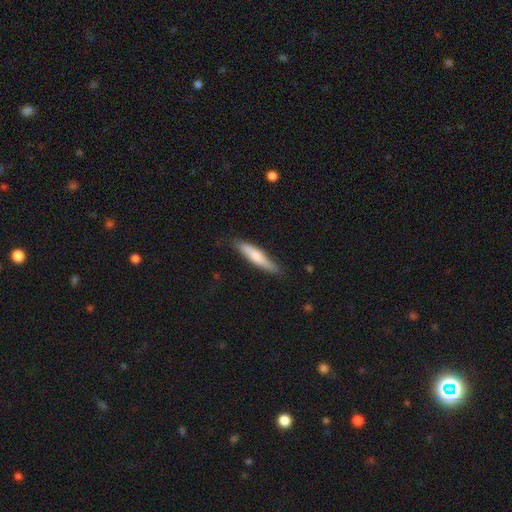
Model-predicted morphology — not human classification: This is likely a smooth galaxy (71%). How rounded: clearly cigar-shaped (84%). Merging: clearly none (81%).